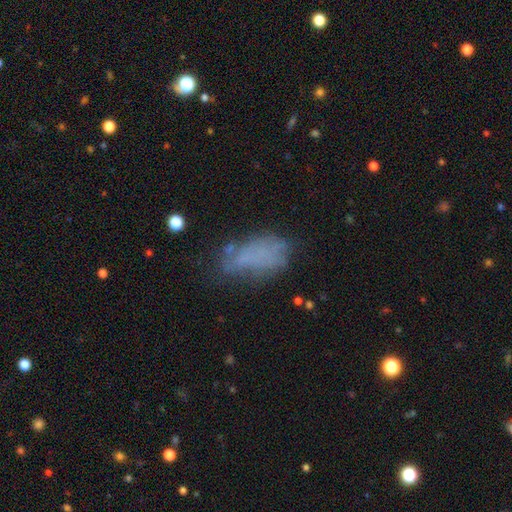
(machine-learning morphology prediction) This is possibly a smooth galaxy (59%). How rounded: clearly in between (89%). Merging: possibly none (47%).